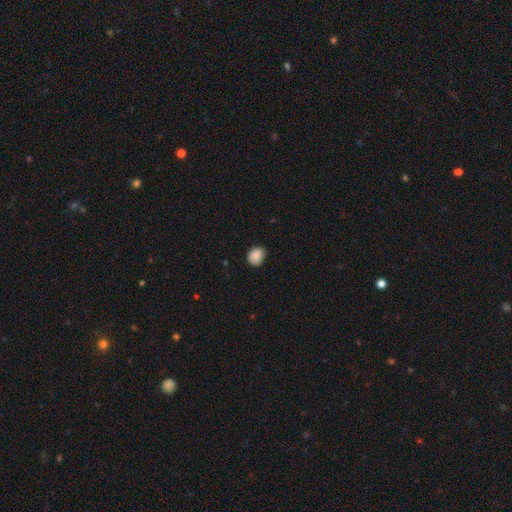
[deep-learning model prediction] This is clearly a smooth galaxy (88%). How rounded: likely round (65%). Merging: clearly none (83%).